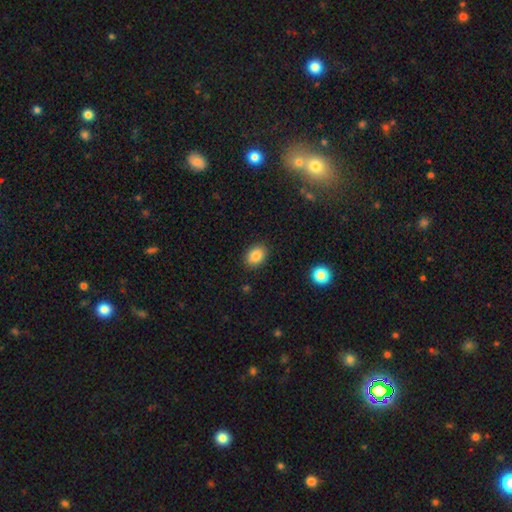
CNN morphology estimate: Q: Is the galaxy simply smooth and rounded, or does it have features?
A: smooth — 86%.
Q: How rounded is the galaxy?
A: in between — 67%.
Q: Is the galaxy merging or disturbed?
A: none — 89%.